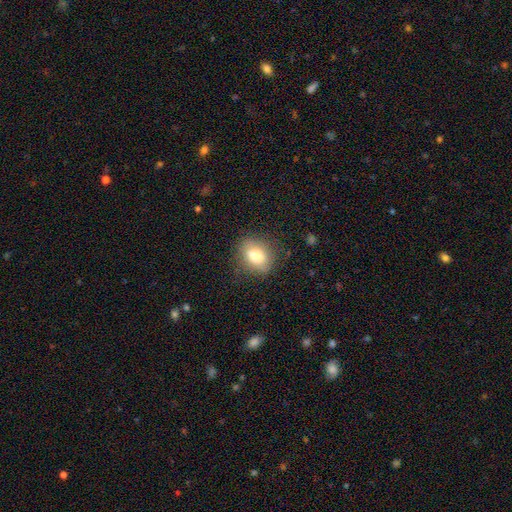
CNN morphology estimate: smooth_or_featured: smooth (p=0.80) [alt: featured or disk p=0.12]
how_rounded: in between (p=0.68) [alt: round p=0.31]
merging: none (p=0.75) [alt: minor disturbance p=0.18]